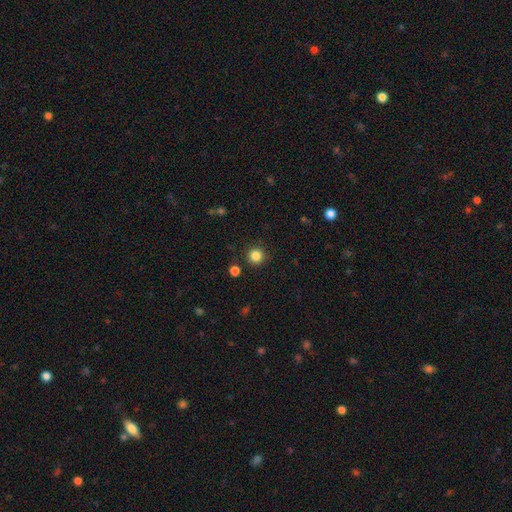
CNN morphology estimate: This is clearly a smooth galaxy (84%). How rounded: clearly round (95%). Merging: clearly none (90%).